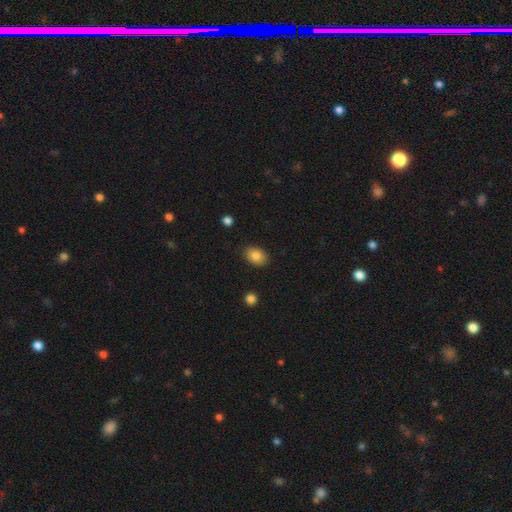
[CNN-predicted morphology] Smooth or featured? Predicted: smooth (p=0.84). How rounded? Predicted: in between (p=0.77). Merging? Predicted: none (p=0.87).